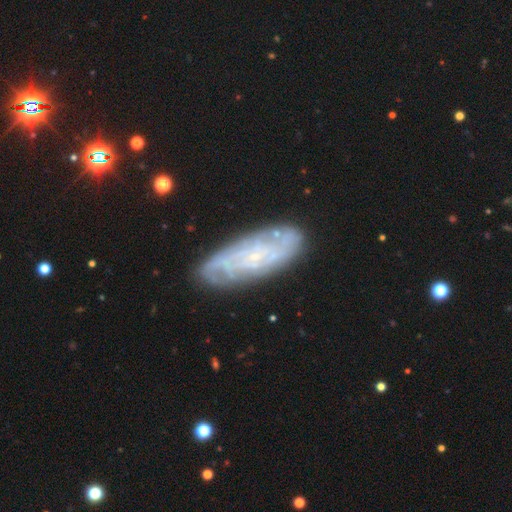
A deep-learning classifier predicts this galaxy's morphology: Smooth or featured? Predicted: featured or disk (p=0.73). Edge-on disk? Predicted: no (p=0.87). Bar? Predicted: no (p=0.71). Spiral arms? Predicted: yes (p=0.86). Spiral winding? Predicted: tight (p=0.63). Spiral arm count? Predicted: can't tell (p=0.54). Bulge size? Predicted: small (p=0.80). Merging? Predicted: none (p=0.81).